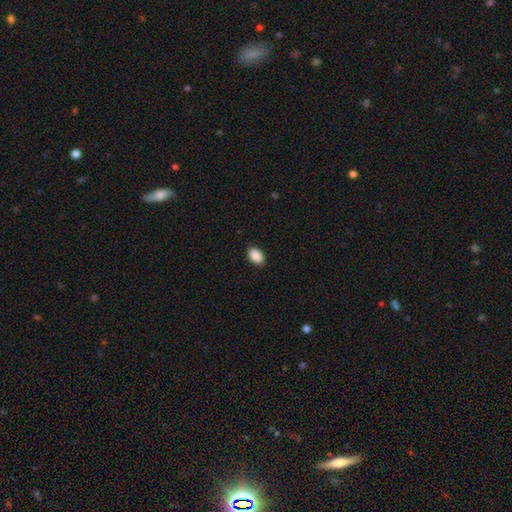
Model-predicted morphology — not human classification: type=smooth (90%); roundness=in between (88%); merging=none (89%).